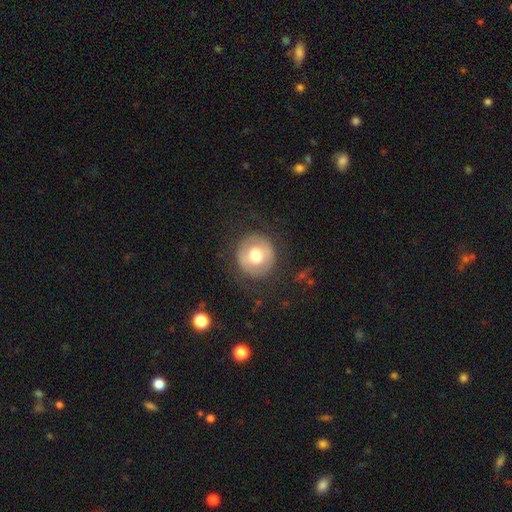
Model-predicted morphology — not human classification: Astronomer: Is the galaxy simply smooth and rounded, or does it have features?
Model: smooth — 61%.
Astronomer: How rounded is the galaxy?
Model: round — 90%.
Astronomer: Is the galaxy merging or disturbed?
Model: none — 83%.